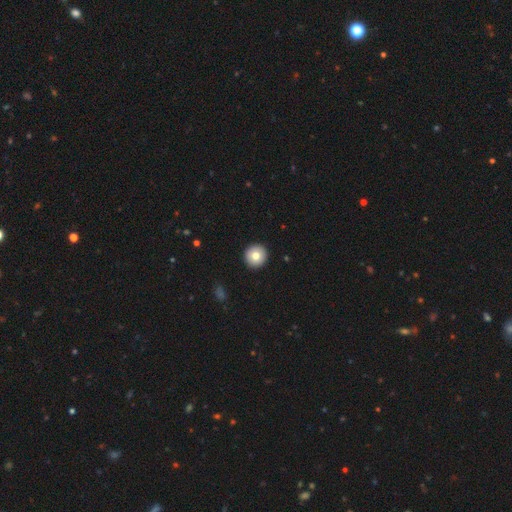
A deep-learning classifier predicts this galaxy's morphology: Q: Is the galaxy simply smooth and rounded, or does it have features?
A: smooth — 79%.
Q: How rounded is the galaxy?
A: round — 96%.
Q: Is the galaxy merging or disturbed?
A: none — 93%.